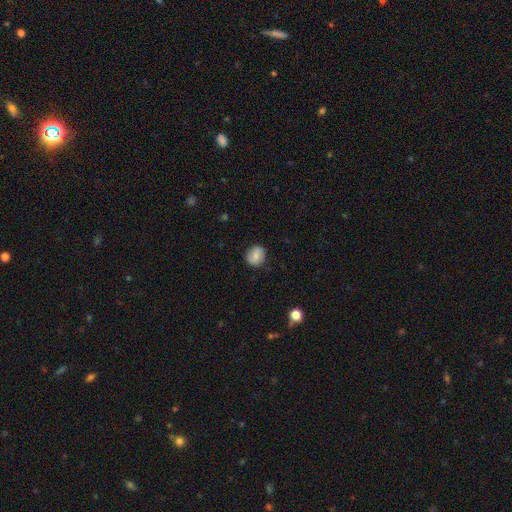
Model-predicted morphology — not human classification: Smooth or featured?
  - smooth: 75% *
  - featured or disk: 17%
  - star or artifact: 8%
How rounded?
  - round: 75% *
  - in between: 24%
  - cigar-shaped: 1%
Merging?
  - none: 84% *
  - minor disturbance: 12%
  - major disturbance: 3%
  - merger: 1%